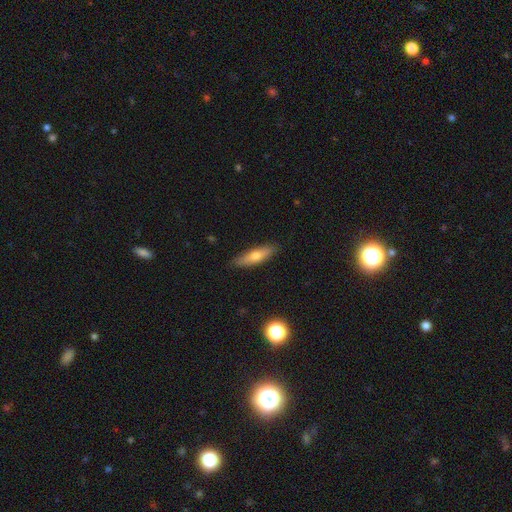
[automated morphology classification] Smooth or featured?
  - smooth: 62% *
  - featured or disk: 31%
  - star or artifact: 7%
How rounded?
  - cigar-shaped: 62% *
  - in between: 35%
  - round: 3%
Merging?
  - none: 87% *
  - minor disturbance: 10%
  - major disturbance: 2%
  - merger: 1%